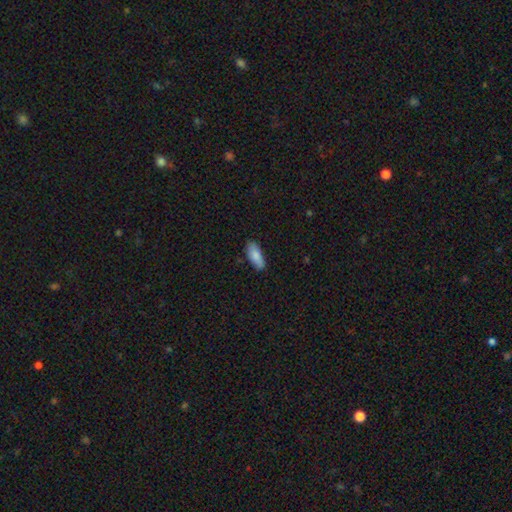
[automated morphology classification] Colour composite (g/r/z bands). It shows a smooth galaxy with no disk features (86%) that is in between round and cigar-shaped (78%). Merging: none (81%).